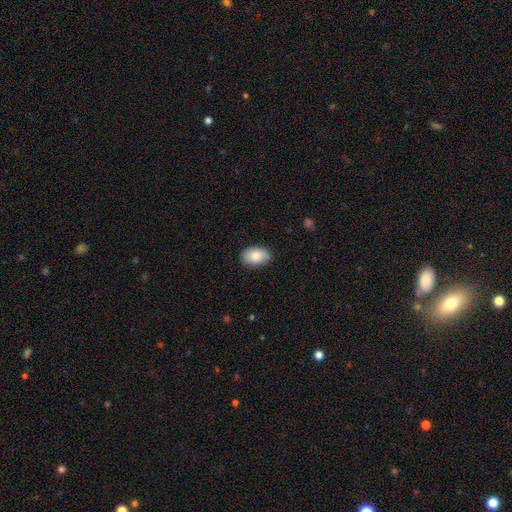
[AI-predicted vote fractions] Morphology: type=smooth (81%); roundness=in between (88%); merging=none (81%).